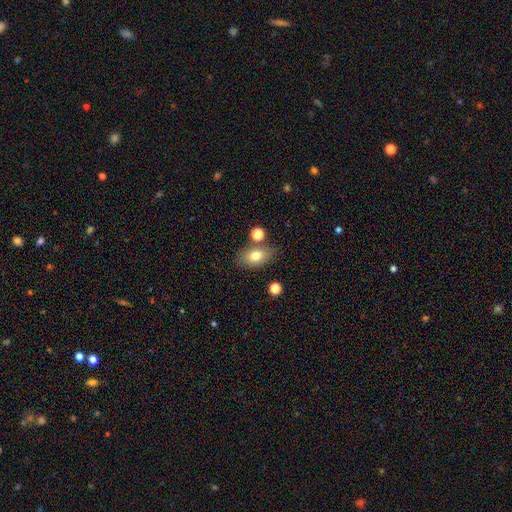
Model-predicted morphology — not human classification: smooth 77%, featured or disk 13%, star or artifact 9%. Down the decision tree: how rounded — in between (84%); merging — none (73%).